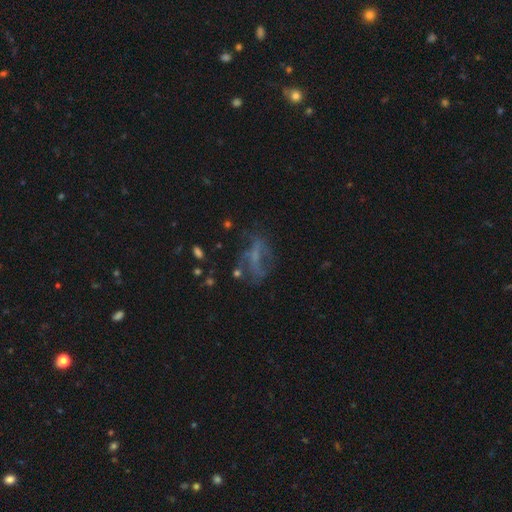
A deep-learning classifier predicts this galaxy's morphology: This appears to be a featured or disk galaxy (53%). Merging: none (47%).